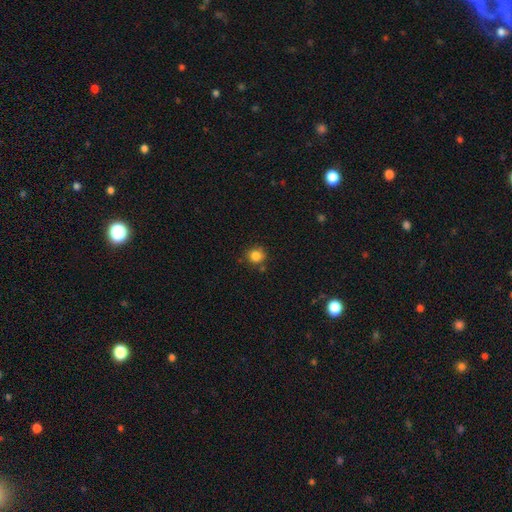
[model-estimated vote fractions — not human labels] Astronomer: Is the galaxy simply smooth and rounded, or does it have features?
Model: smooth — 84%.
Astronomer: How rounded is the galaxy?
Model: round — 89%.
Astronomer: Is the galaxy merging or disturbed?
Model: none — 81%.